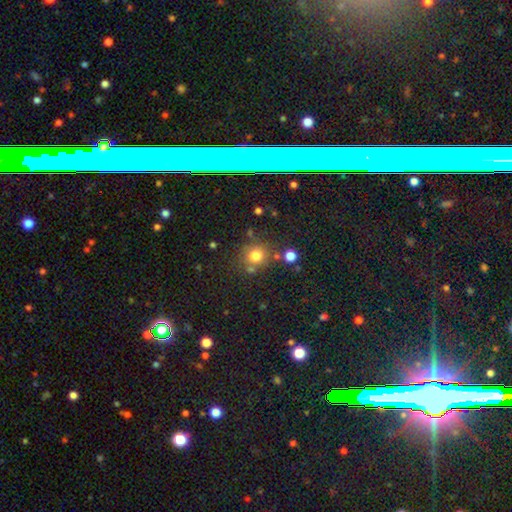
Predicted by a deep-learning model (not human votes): Q: Smooth or featured?
A: smooth (77%); runner-up: star or artifact (15%)
Q: How rounded?
A: round (88%); runner-up: in between (11%)
Q: Merging?
A: none (75%); runner-up: merger (11%)